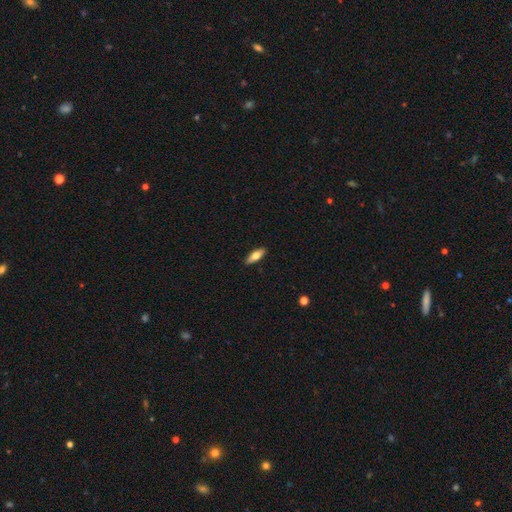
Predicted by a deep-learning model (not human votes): smooth-or-featured: smooth: 68% | featured or disk: 26% | star or artifact: 6%
  how-rounded: in between: 66% | cigar-shaped: 32% | round: 2%
  merging: none: 89% | minor disturbance: 8% | major disturbance: 2% | merger: 1%